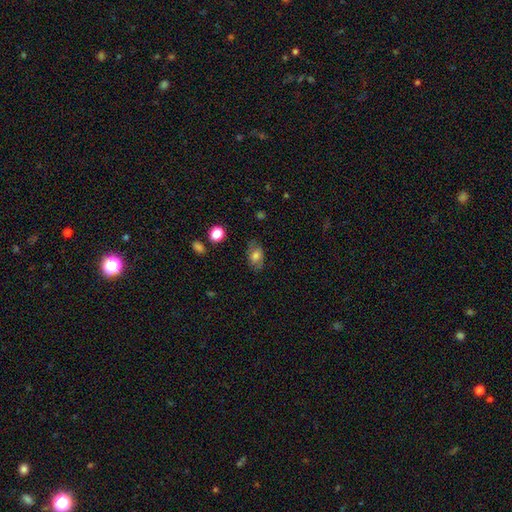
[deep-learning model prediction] smooth-or-featured: smooth: 67% | featured or disk: 23% | star or artifact: 10%
  how-rounded: in between: 86% | round: 12% | cigar-shaped: 2%
  merging: none: 74% | minor disturbance: 18% | major disturbance: 6% | merger: 2%